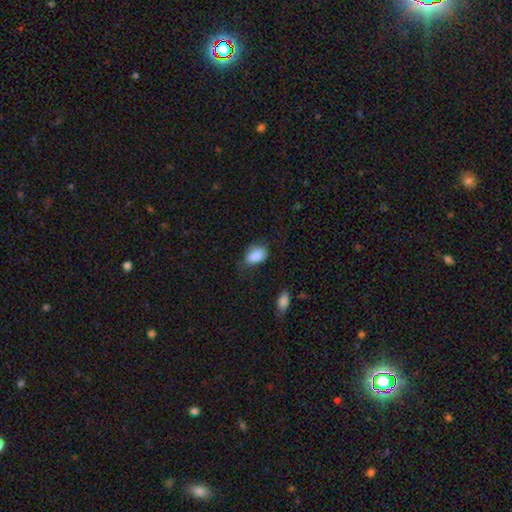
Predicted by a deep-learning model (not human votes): Smooth or featured? Predicted: smooth (p=0.86). How rounded? Predicted: in between (p=0.85). Merging? Predicted: none (p=0.54).